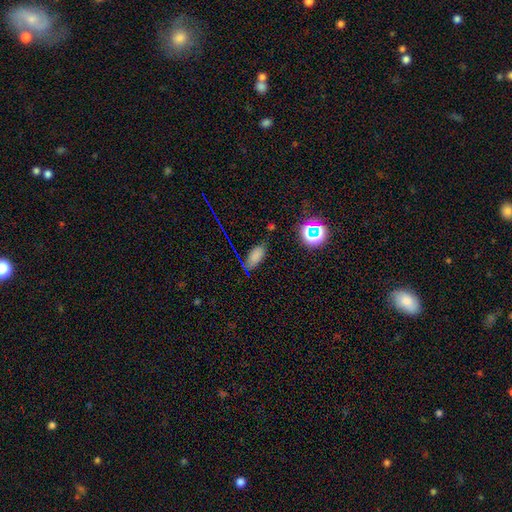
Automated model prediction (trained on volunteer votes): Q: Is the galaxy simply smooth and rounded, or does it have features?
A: smooth — 74%.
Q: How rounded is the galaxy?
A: in between — 84%.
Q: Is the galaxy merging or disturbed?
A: none — 73%.